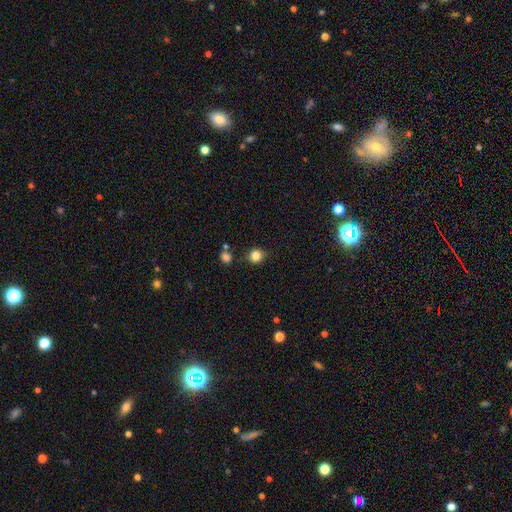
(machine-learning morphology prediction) Smooth or featured? smooth (83%)
How rounded? round (81%)
Merging? none (83%)